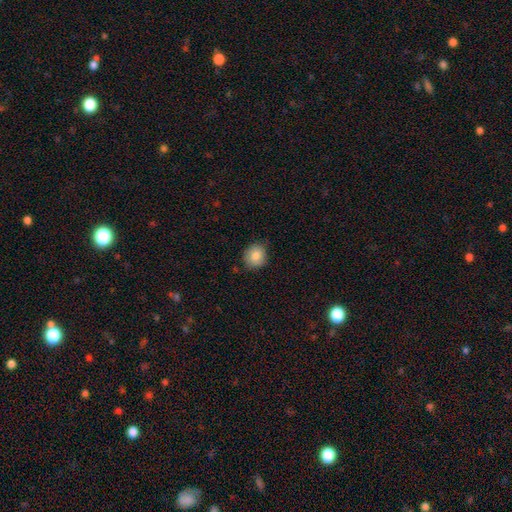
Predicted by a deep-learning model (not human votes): Smooth or featured?
  - smooth: 84% *
  - star or artifact: 8%
  - featured or disk: 8%
How rounded?
  - round: 81% *
  - in between: 18%
  - cigar-shaped: 1%
Merging?
  - none: 81% *
  - minor disturbance: 16%
  - major disturbance: 3%
  - merger: 1%